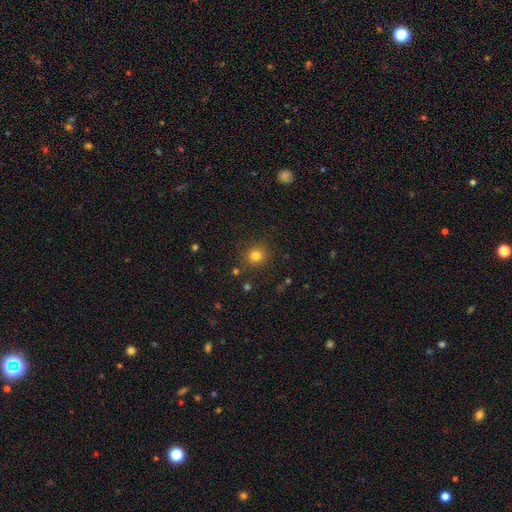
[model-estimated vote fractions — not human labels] Smooth or featured? Predicted: smooth (p=0.80). How rounded? Predicted: round (p=0.89). Merging? Predicted: none (p=0.86).